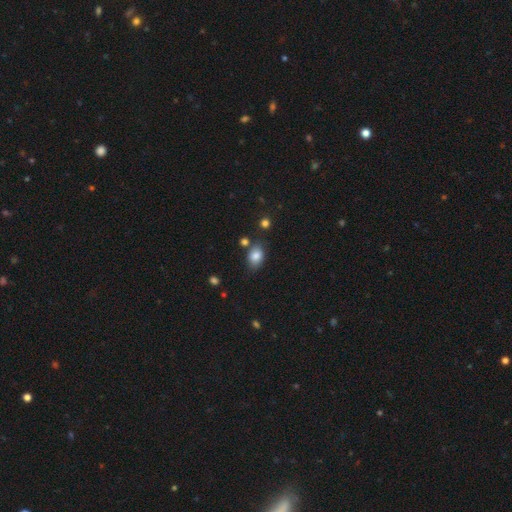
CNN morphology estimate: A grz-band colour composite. It shows a smooth galaxy with no disk features (83%) that is in between round and cigar-shaped (77%). Merging: none (71%).